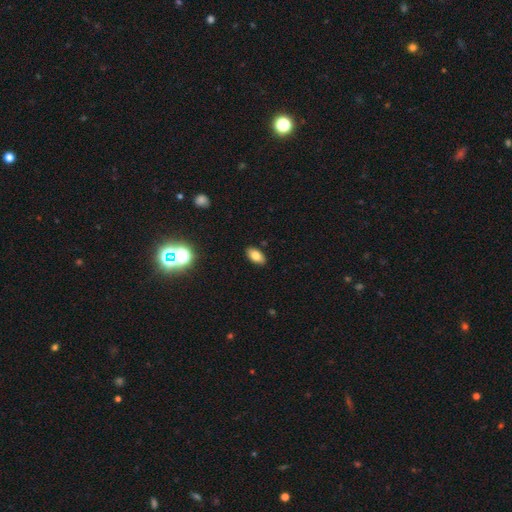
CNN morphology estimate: smooth-or-featured: smooth: 80% | star or artifact: 10% | featured or disk: 10%
  how-rounded: in between: 92% | round: 5% | cigar-shaped: 3%
  merging: none: 89% | minor disturbance: 8% | major disturbance: 2% | merger: 1%